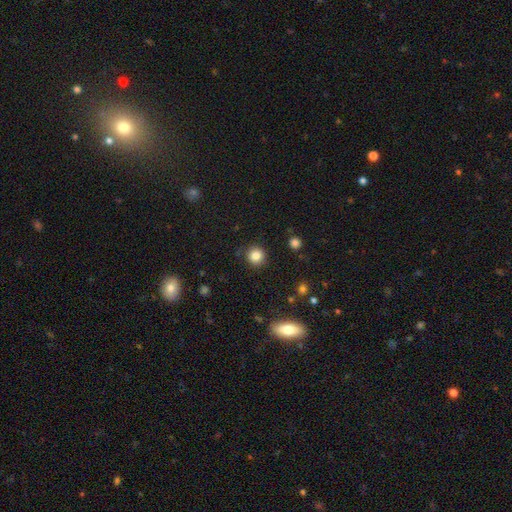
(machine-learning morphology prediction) Smooth or featured? Predicted: smooth (p=0.84). How rounded? Predicted: round (p=0.92). Merging? Predicted: none (p=0.88).